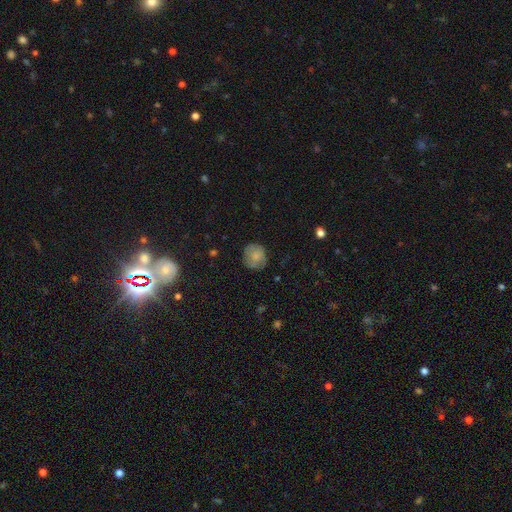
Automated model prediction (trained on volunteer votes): smooth 70%, featured or disk 21%, star or artifact 9%. Down the decision tree: how rounded — round (85%); merging — none (74%).